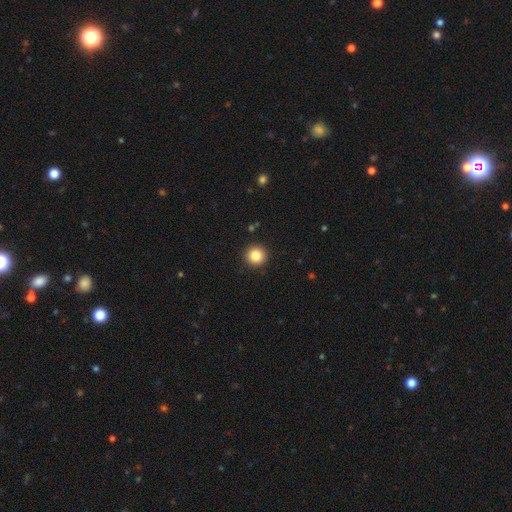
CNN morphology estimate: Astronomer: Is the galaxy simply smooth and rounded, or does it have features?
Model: smooth — 84%.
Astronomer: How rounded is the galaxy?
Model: round — 95%.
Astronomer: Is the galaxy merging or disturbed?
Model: none — 92%.